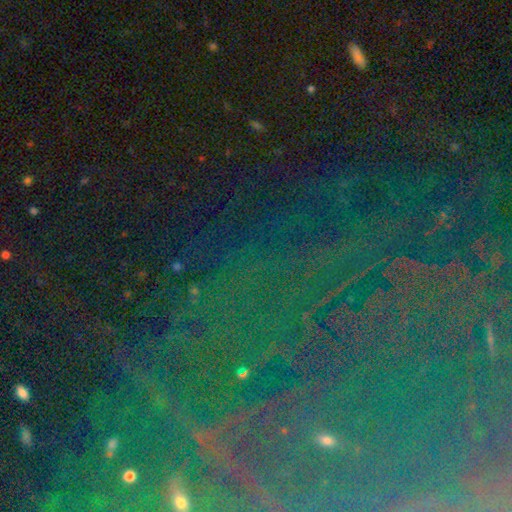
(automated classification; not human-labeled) Q: Smooth or featured?
A: star or artifact (81%); runner-up: featured or disk (10%)